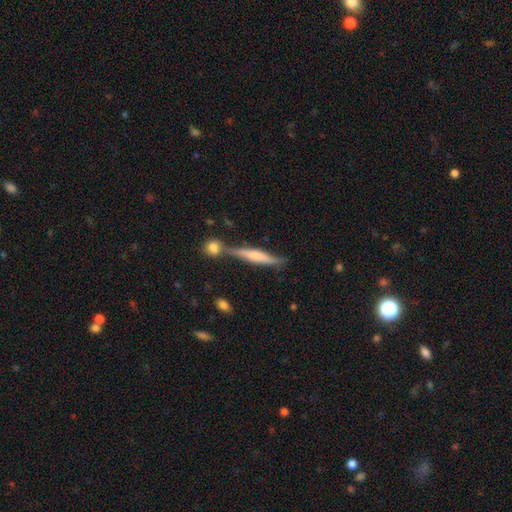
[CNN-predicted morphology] The model was most divided on "smooth or featured": featured or disk: 52%, smooth: 42%, star or artifact: 7%. More confident: edge-on disk — yes (91%); merging — none (58%).